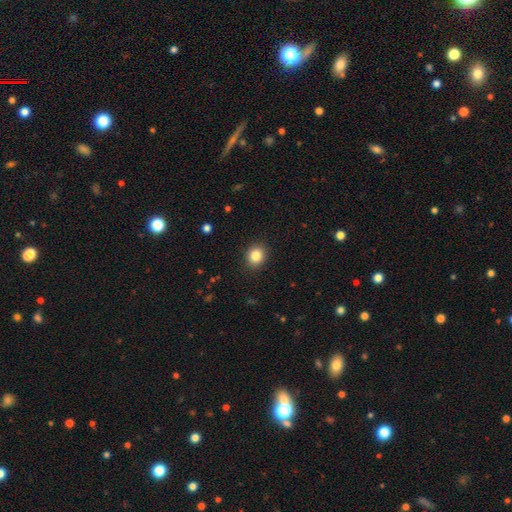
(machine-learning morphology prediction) The model was most divided on "how rounded": round: 76%, in between: 23%, cigar-shaped: 1%. More confident: merging — none (90%); smooth or featured — smooth (84%).